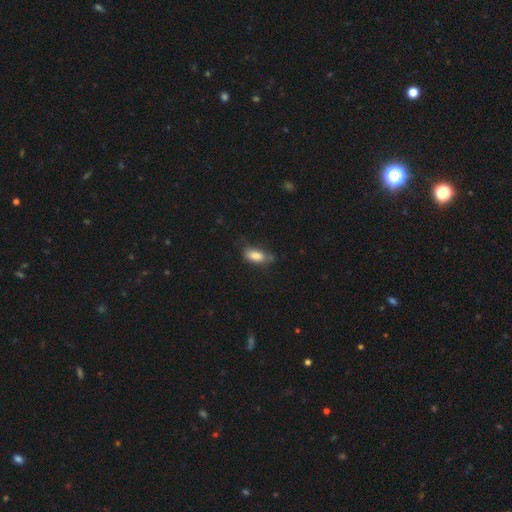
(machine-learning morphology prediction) This is clearly a smooth galaxy (82%). How rounded: clearly in between (86%). Merging: possibly none (59%).